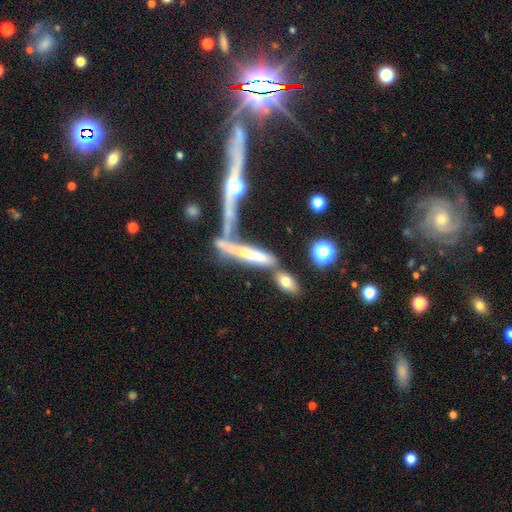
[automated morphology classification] smooth-or-featured: smooth: 50% | featured or disk: 38% | star or artifact: 11%
  how-rounded: cigar-shaped: 80% | in between: 17% | round: 4%
  merging: merger: 44% | none: 31% | minor disturbance: 13% | major disturbance: 11%